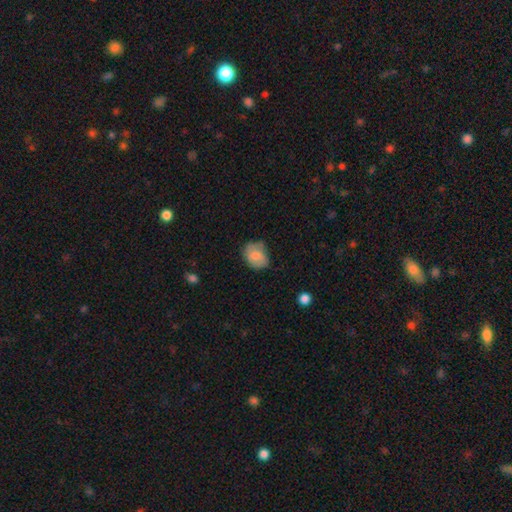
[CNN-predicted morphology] Overall: smooth (73%). How rounded: in between (55%; round 44%). Merging: none (56%; minor disturbance 33%).